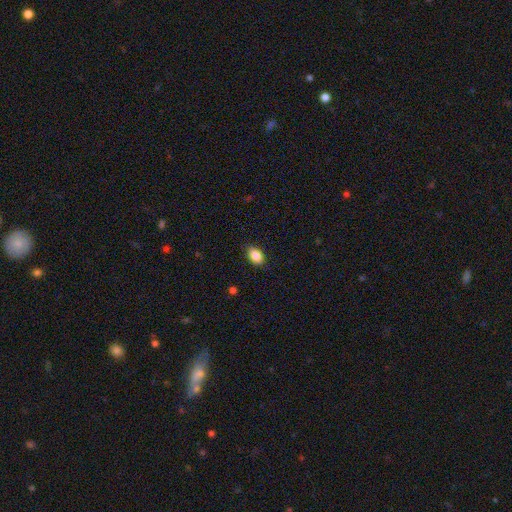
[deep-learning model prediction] Smooth or featured? Predicted: smooth (p=0.86). How rounded? Predicted: in between (p=0.87). Merging? Predicted: none (p=0.85).